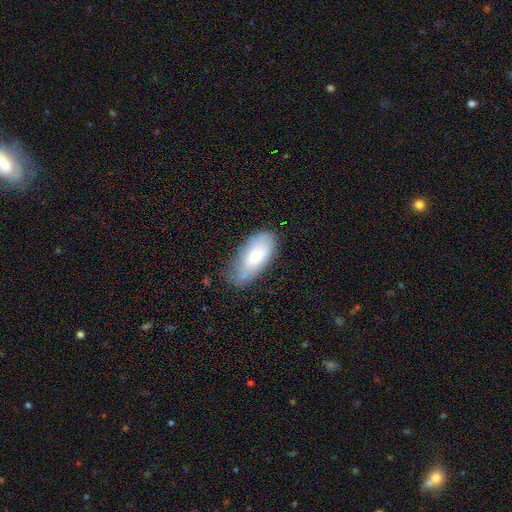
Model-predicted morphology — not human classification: A smooth galaxy with no disk features (64%) that is in between round and cigar-shaped (90%).

Vote fractions:
- Smooth or featured? smooth: 64% / featured or disk: 29% / star or artifact: 8%
- How rounded? in between: 90% / cigar-shaped: 7% / round: 3%
- Merging? none: 58% / minor disturbance: 31% / major disturbance: 8% / merger: 3%